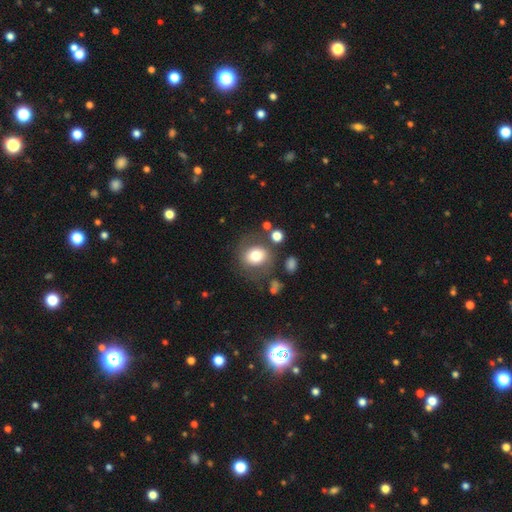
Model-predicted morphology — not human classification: Smooth or featured?
  - smooth: 69% *
  - featured or disk: 21%
  - star or artifact: 10%
How rounded?
  - round: 73% *
  - in between: 26%
  - cigar-shaped: 1%
Merging?
  - none: 68% *
  - minor disturbance: 16%
  - major disturbance: 10%
  - merger: 5%